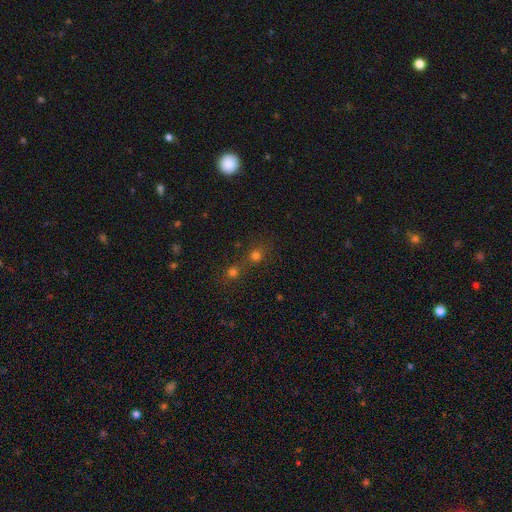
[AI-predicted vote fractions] Overall: smooth (60%; star or artifact 31%). How rounded: round (85%). Merging: none (48%; merger 41%).